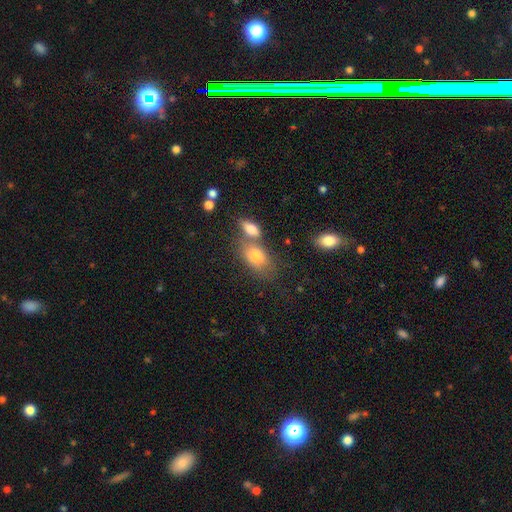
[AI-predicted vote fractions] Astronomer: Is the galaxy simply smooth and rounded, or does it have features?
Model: smooth — 76%.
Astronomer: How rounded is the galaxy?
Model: in between — 83%.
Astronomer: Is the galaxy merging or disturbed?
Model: none — 44% (runner-up: merger, 38%).